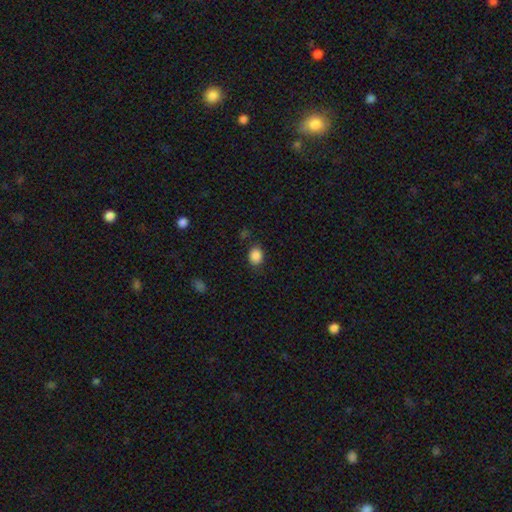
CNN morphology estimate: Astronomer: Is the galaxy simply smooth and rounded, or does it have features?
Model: smooth — 87%.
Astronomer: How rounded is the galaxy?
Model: round — 57% (runner-up: in between, 43%).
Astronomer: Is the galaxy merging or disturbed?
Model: none — 82%.